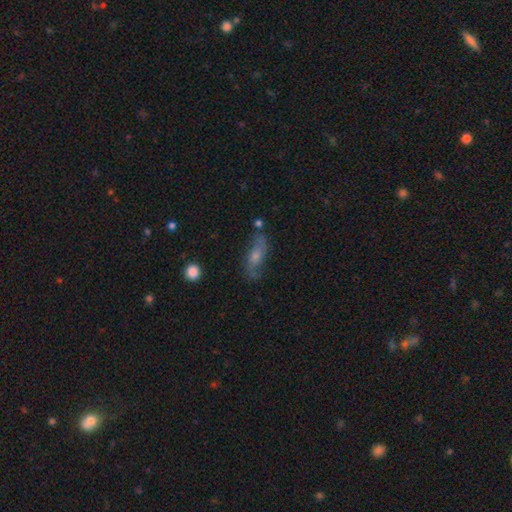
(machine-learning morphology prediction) type=featured or disk (58%); edge-on=no (75%); merging=none (71%).